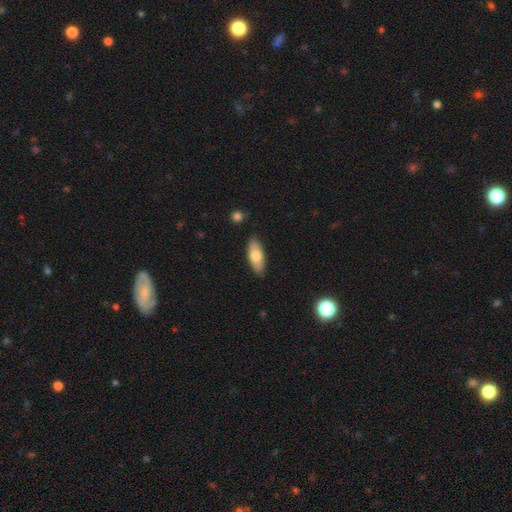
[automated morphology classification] The model was most divided on "smooth or featured": smooth: 75%, featured or disk: 19%, star or artifact: 6%. More confident: merging — none (85%); how rounded — in between (78%).